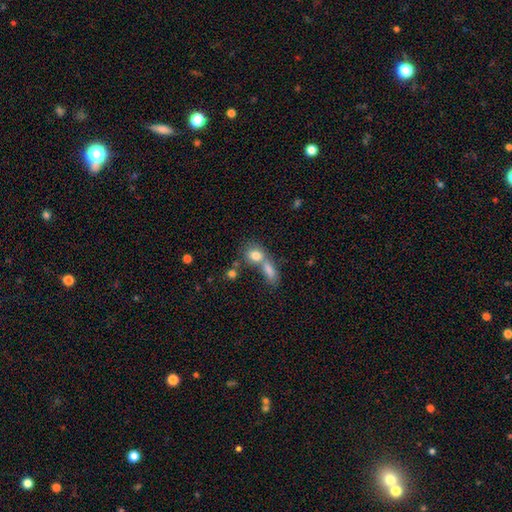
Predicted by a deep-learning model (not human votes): This is likely a smooth galaxy (79%). How rounded: possibly in between (56%). Merging: possibly merger (54%).